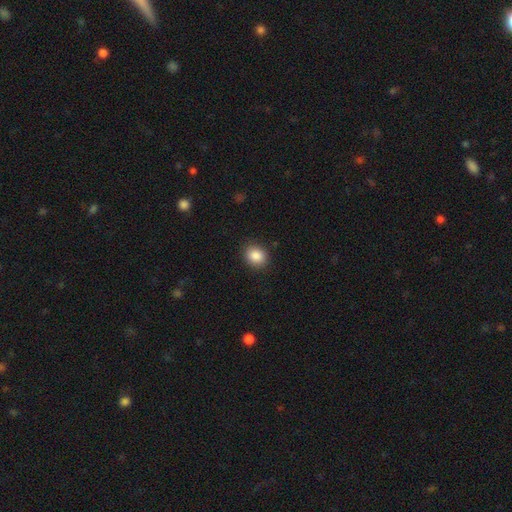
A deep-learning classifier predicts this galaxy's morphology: Smooth or featured? Predicted: smooth (p=0.87). How rounded? Predicted: round (p=0.64). Merging? Predicted: none (p=0.89).